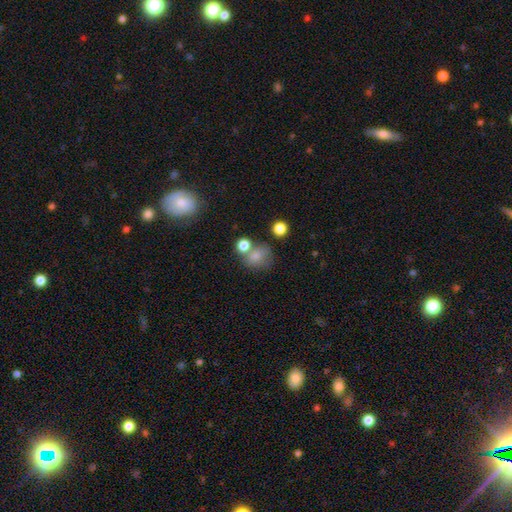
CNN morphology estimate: The model was most divided on "merging": none: 51%, merger: 26%, minor disturbance: 15%, major disturbance: 8%. More confident: smooth or featured — smooth (76%); how rounded — round (67%).